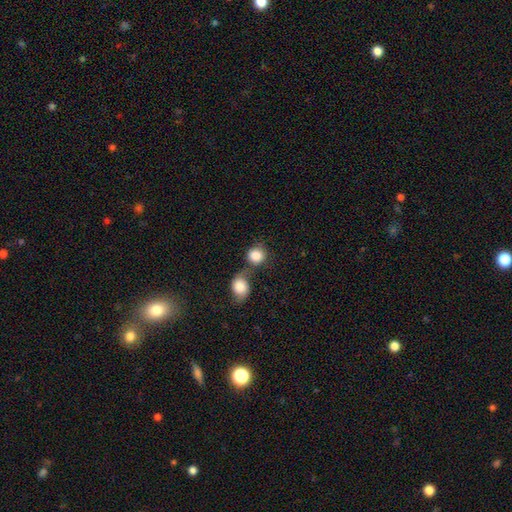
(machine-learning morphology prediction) This appears to be a smooth galaxy with no disk features (86%) that is round (82%). Merging: merger (44%).